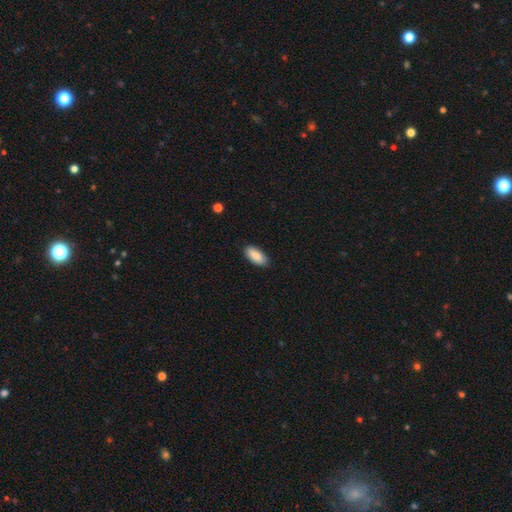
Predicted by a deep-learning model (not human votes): Smooth or featured? Predicted: smooth (p=0.85). How rounded? Predicted: in between (p=0.90). Merging? Predicted: none (p=0.87).